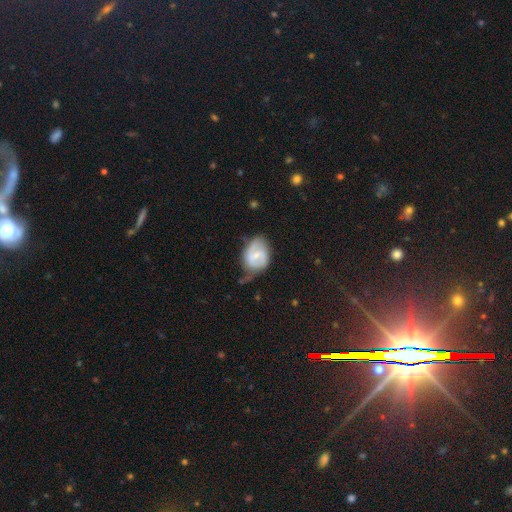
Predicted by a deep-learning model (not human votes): Q: Smooth or featured?
A: featured or disk (59%); runner-up: smooth (35%)
Q: Edge-on disk?
A: no (96%); runner-up: yes (4%)
Q: Bar?
A: weak (51%); runner-up: strong (25%)
Q: Spiral arms?
A: yes (75%); runner-up: no (25%)
Q: Bulge size?
A: small (50%); runner-up: moderate (36%)
Q: Merging?
A: none (39%); runner-up: minor disturbance (36%)